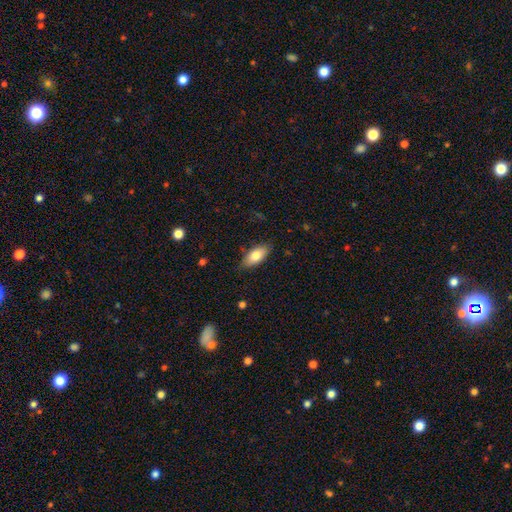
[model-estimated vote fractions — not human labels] Q: Smooth or featured?
A: smooth (78%); runner-up: featured or disk (15%)
Q: How rounded?
A: in between (86%); runner-up: cigar-shaped (12%)
Q: Merging?
A: none (81%); runner-up: minor disturbance (15%)